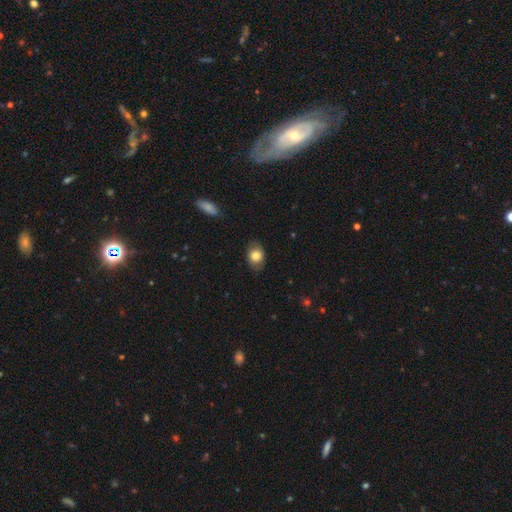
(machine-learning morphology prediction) smooth 79%, featured or disk 14%, star or artifact 8%. Down the decision tree: how rounded — in between (69%); merging — none (78%).